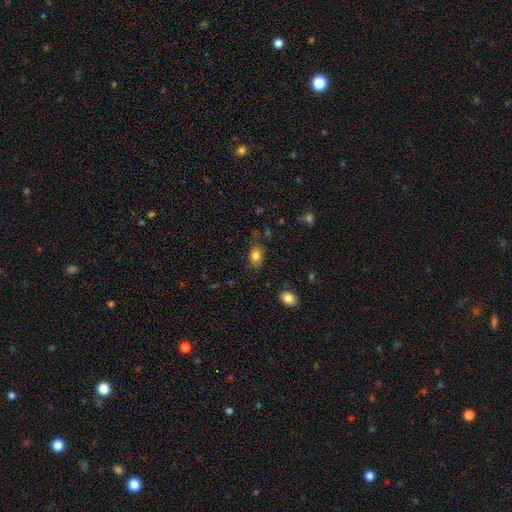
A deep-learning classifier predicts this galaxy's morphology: smooth 82%, star or artifact 10%, featured or disk 7%. Down the decision tree: how rounded — in between (77%); merging — none (78%).